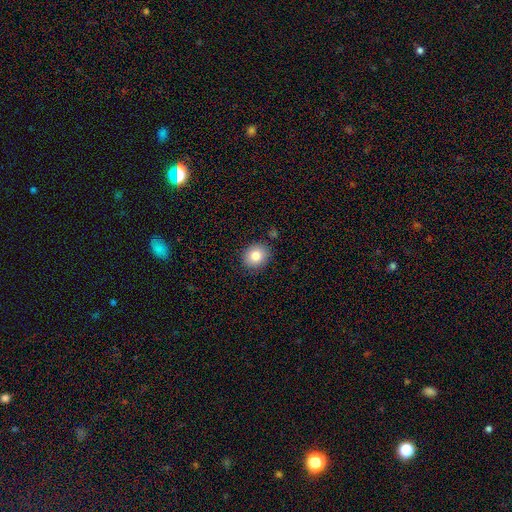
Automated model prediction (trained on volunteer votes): Morphology: type=smooth (83%); roundness=round (69%); merging=none (86%).